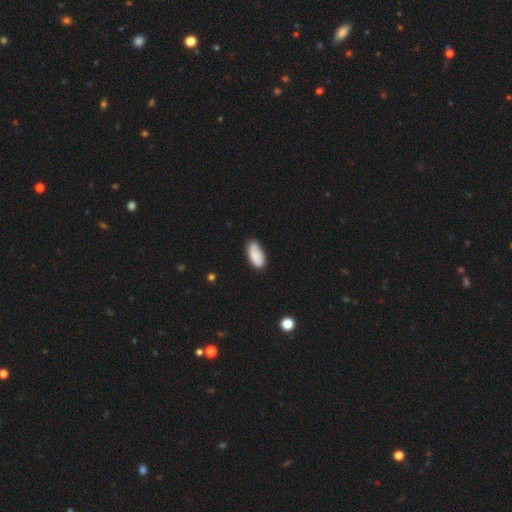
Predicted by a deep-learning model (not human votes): This appears to be a smooth galaxy with no disk features (79%) that is in between round and cigar-shaped (89%). Merging: none (61%).